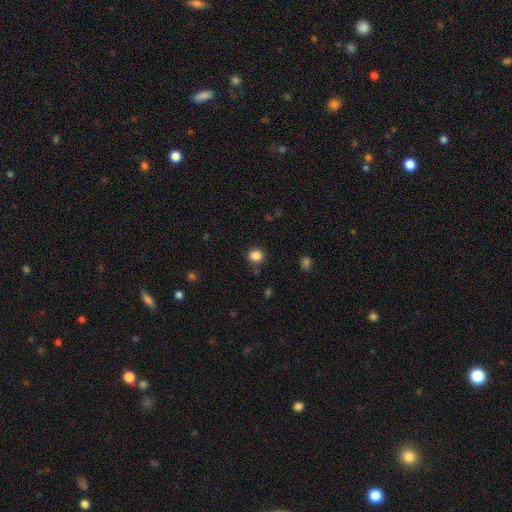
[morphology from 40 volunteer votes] Overall: smooth (85%). How rounded: round (94%). Merging: none (83%).